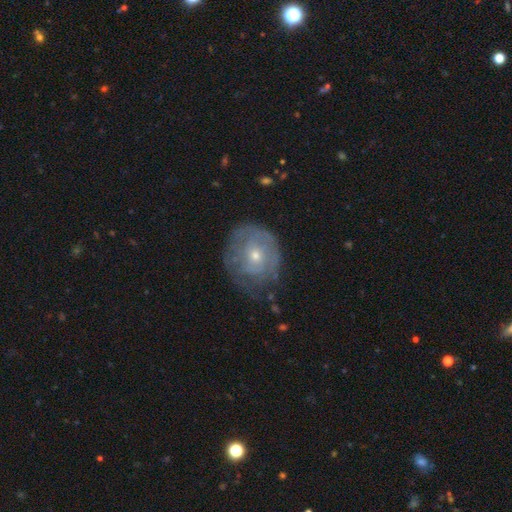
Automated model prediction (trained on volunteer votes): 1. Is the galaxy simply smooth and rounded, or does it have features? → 56% featured or disk, 36% smooth, 8% star or artifact.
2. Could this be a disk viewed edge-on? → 96% no, 4% yes.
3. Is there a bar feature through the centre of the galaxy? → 81% no, 16% weak, 3% strong.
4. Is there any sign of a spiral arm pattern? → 52% yes, 48% no.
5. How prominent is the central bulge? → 57% small, 39% moderate, 2% large, 1% none, 1% dominant.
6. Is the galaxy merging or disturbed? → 54% none, 28% minor disturbance, 16% major disturbance, 2% merger.